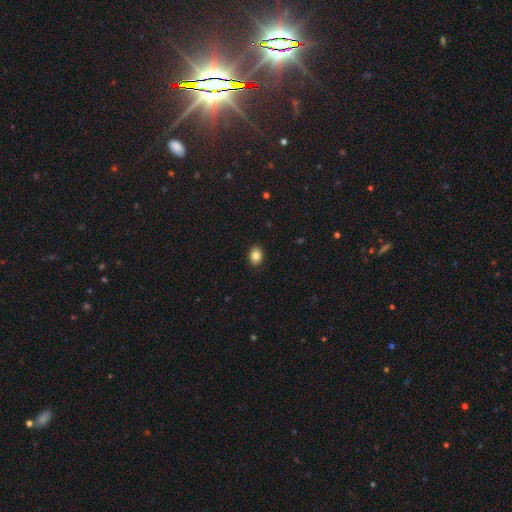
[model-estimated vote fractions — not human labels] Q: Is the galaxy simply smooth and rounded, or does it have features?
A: smooth — 84%.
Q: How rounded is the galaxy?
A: in between — 67%.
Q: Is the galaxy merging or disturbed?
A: none — 91%.